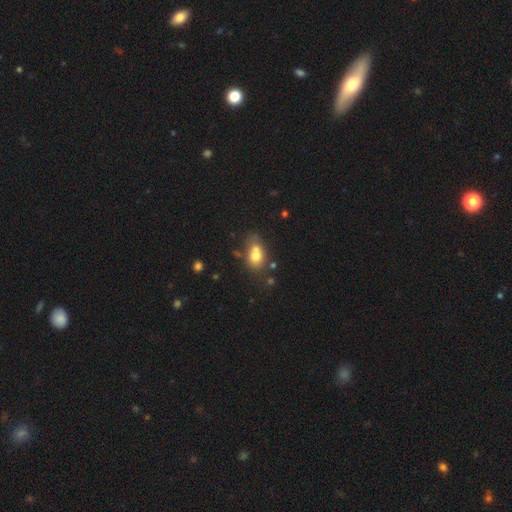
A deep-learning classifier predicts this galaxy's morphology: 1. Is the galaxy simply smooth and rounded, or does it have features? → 71% smooth, 19% featured or disk, 11% star or artifact.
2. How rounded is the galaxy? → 68% in between, 29% round, 2% cigar-shaped.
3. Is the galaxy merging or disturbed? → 38% merger, 37% none, 17% minor disturbance, 8% major disturbance.